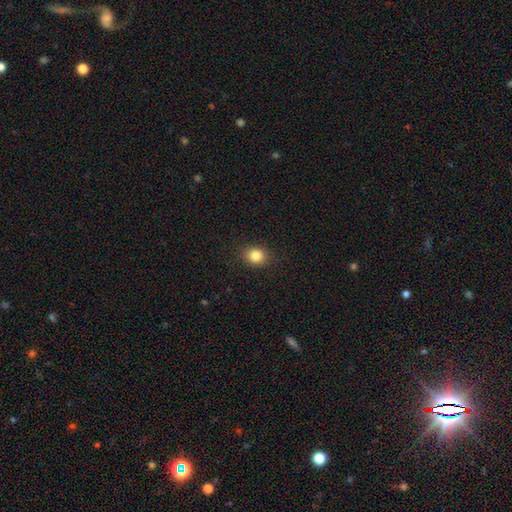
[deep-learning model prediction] Overall: smooth (84%). How rounded: round (62%; in between 37%). Merging: none (88%).